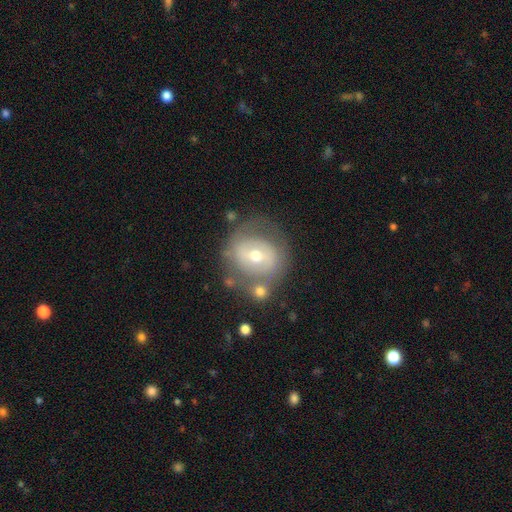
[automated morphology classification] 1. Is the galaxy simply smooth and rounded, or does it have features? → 57% featured or disk, 35% smooth, 8% star or artifact.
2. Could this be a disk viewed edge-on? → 95% no, 5% yes.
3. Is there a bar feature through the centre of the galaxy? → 44% no, 37% weak, 20% strong.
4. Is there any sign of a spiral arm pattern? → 61% no, 39% yes.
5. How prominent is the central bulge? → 60% moderate, 34% small, 3% large, 1% dominant, 1% none.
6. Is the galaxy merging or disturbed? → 65% none, 17% minor disturbance, 10% major disturbance, 8% merger.